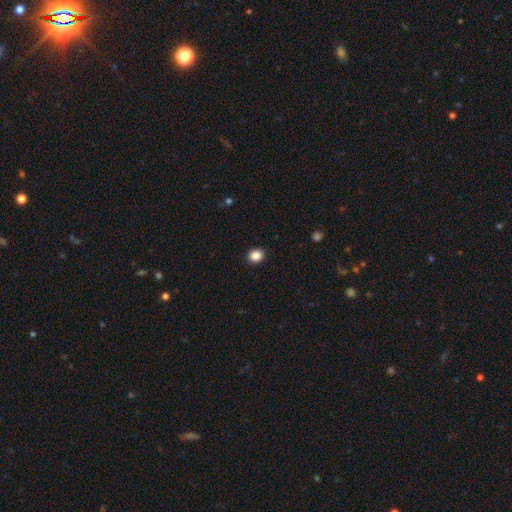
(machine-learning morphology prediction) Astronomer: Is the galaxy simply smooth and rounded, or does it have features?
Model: smooth — 88%.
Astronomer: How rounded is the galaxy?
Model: round — 63%.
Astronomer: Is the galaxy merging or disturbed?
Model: none — 92%.